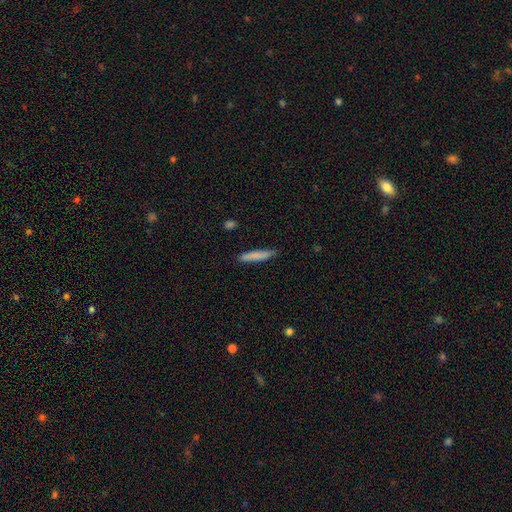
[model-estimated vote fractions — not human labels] Smooth or featured? smooth (80%)
How rounded? cigar-shaped (91%)
Merging? none (83%)